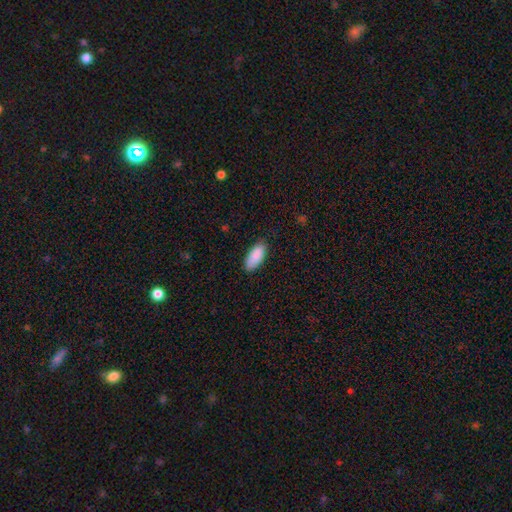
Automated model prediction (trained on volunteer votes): smooth_or_featured: smooth (p=0.90) [alt: star or artifact p=0.06]
how_rounded: in between (p=0.85) [alt: cigar-shaped p=0.13]
merging: none (p=0.83) [alt: minor disturbance p=0.13]